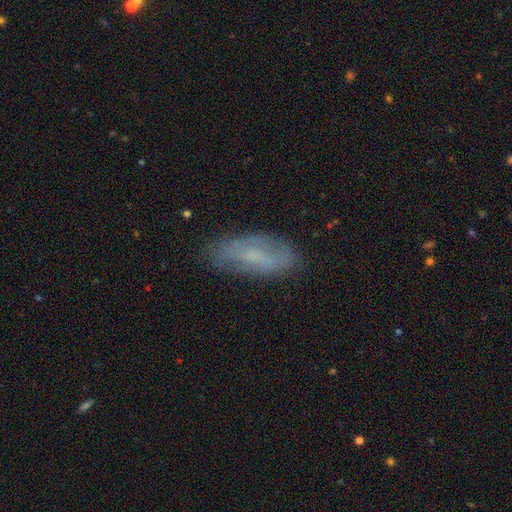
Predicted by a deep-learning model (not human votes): A smooth galaxy with no disk features (50%) that is in between round and cigar-shaped (69%).

Vote fractions:
- Smooth or featured? smooth: 50% / featured or disk: 40% / star or artifact: 9%
- How rounded? in between: 69% / cigar-shaped: 28% / round: 2%
- Merging? none: 75% / minor disturbance: 19% / major disturbance: 5% / merger: 2%